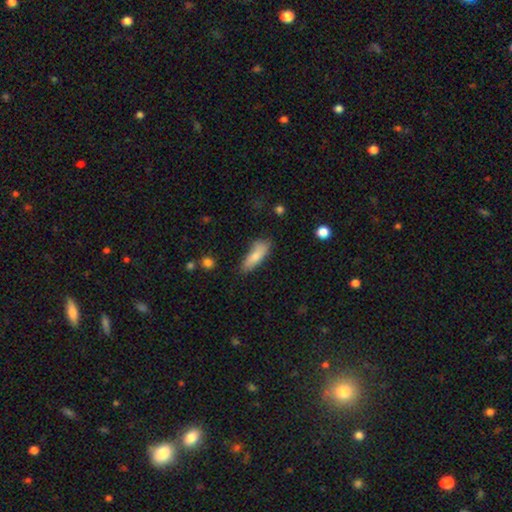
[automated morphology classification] The model was most divided on "how rounded": in between: 57%, cigar-shaped: 41%, round: 2%. More confident: smooth or featured — smooth (80%); merging — none (63%).